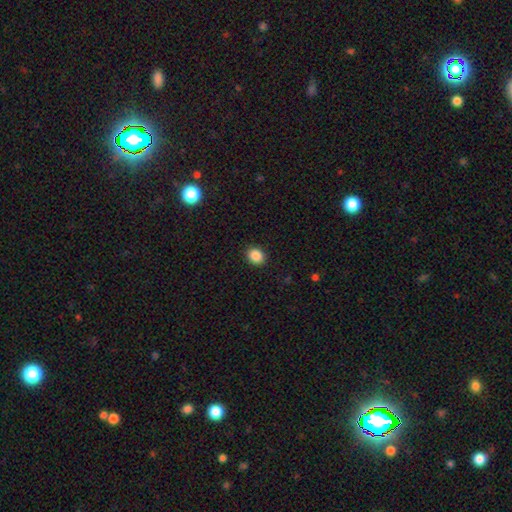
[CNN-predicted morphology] The model was most divided on "how rounded": round: 59%, in between: 40%, cigar-shaped: 1%. More confident: merging — none (91%); smooth or featured — smooth (88%).